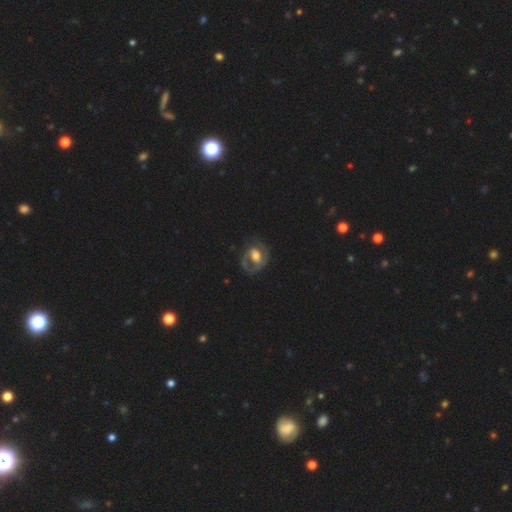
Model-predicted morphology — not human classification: smooth_or_featured: featured or disk (p=0.70) [alt: smooth p=0.23]
disk_edge_on: no (p=0.97) [alt: yes p=0.03]
bar: no (p=0.42) [alt: weak p=0.40]
has_spiral_arms: yes (p=0.78) [alt: no p=0.22]
spiral_winding: medium (p=0.44) [alt: tight p=0.37]
spiral_arm_count: 2 (p=0.60) [alt: 1 p=0.23]
bulge_size: moderate (p=0.51) [alt: large p=0.29]
merging: none (p=0.58) [alt: minor disturbance p=0.21]